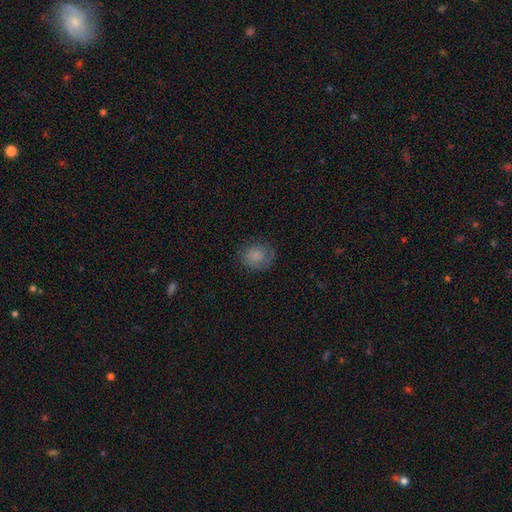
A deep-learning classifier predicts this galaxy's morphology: smooth_or_featured: smooth (p=0.80) [alt: featured or disk p=0.11]
how_rounded: round (p=0.69) [alt: in between p=0.30]
merging: none (p=0.77) [alt: minor disturbance p=0.17]